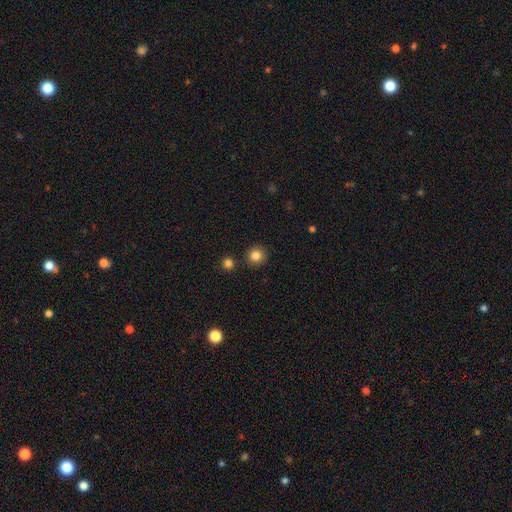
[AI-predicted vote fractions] This is clearly a smooth galaxy (84%). How rounded: clearly round (93%). Merging: clearly none (88%).